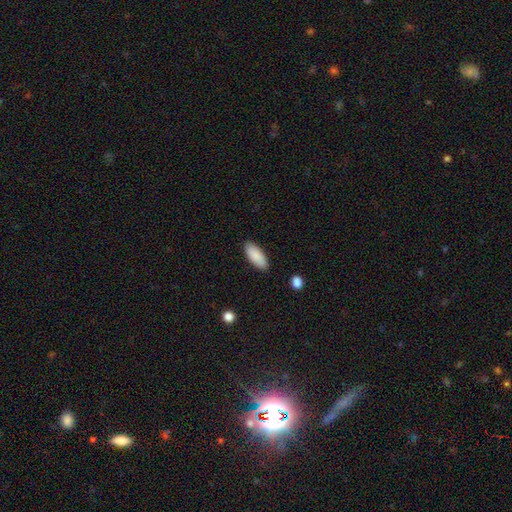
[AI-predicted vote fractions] This is clearly a smooth galaxy (89%). How rounded: clearly in between (83%). Merging: clearly none (88%).